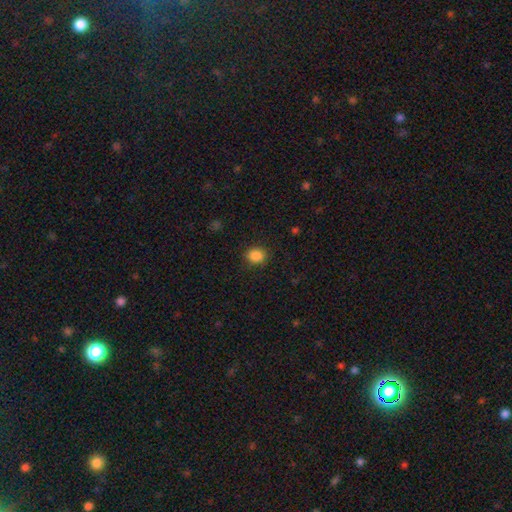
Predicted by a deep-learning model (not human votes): This appears to be a smooth galaxy with no disk features (87%) that is round (62%). Merging: none (87%).